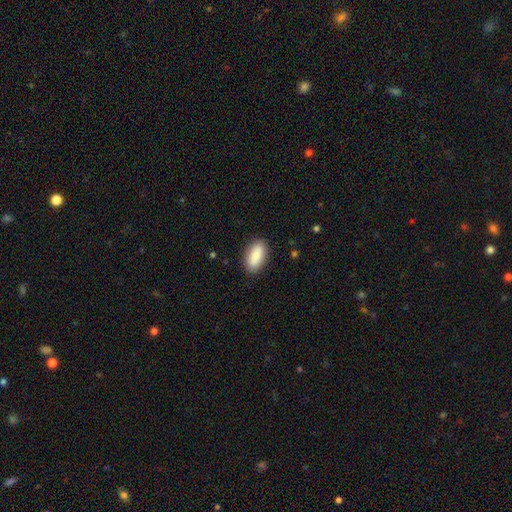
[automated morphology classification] A smooth galaxy with no disk features (86%) that is in between round and cigar-shaped (91%).

Vote fractions:
- Smooth or featured? smooth: 86% / featured or disk: 8% / star or artifact: 6%
- How rounded? in between: 91% / cigar-shaped: 7% / round: 3%
- Merging? none: 88% / minor disturbance: 9% / major disturbance: 2% / merger: 1%